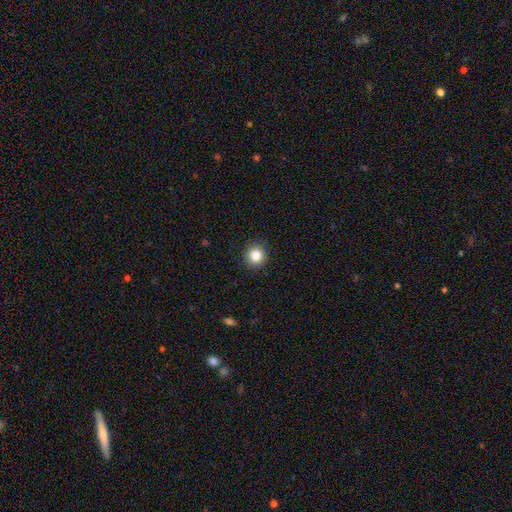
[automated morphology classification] Smooth or featured?
  - smooth: 85% *
  - star or artifact: 10%
  - featured or disk: 5%
How rounded?
  - round: 86% *
  - in between: 13%
  - cigar-shaped: 1%
Merging?
  - none: 91% *
  - minor disturbance: 6%
  - major disturbance: 2%
  - merger: 1%